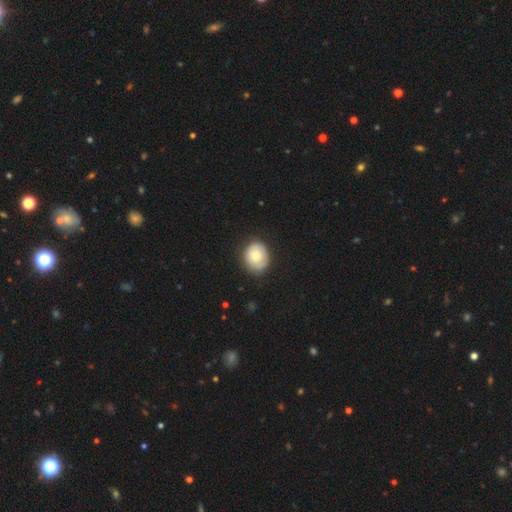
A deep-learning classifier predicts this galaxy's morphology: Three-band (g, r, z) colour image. It shows a smooth galaxy with no disk features (71%) that is round (60%). Merging: none (77%).